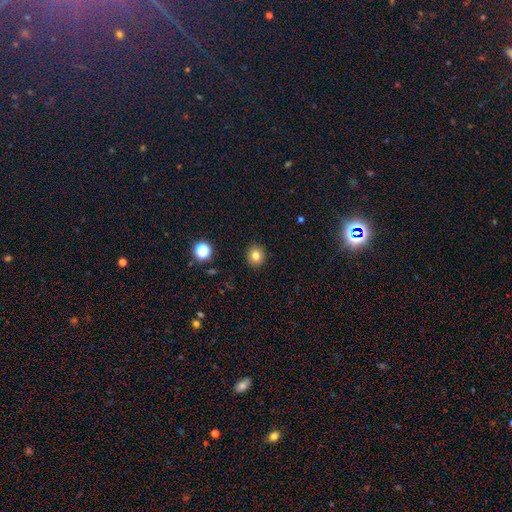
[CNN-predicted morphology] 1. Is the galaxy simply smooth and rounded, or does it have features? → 80% smooth, 13% star or artifact, 7% featured or disk.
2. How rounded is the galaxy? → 84% round, 15% in between, 1% cigar-shaped.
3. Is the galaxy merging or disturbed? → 92% none, 5% minor disturbance, 2% major disturbance, 1% merger.